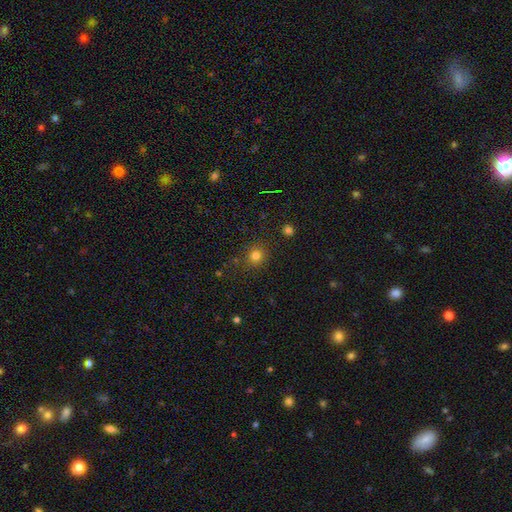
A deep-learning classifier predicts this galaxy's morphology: Smooth or featured?
  - smooth: 78% *
  - star or artifact: 16%
  - featured or disk: 6%
How rounded?
  - round: 89% *
  - in between: 10%
  - cigar-shaped: 1%
Merging?
  - none: 85% *
  - minor disturbance: 9%
  - major disturbance: 3%
  - merger: 3%